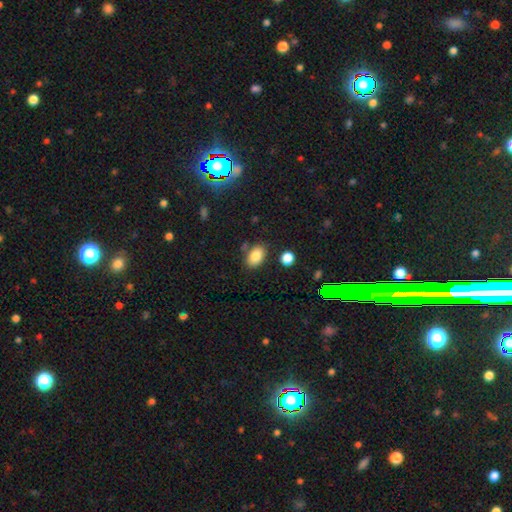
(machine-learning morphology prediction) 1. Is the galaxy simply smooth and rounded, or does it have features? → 84% smooth, 9% star or artifact, 7% featured or disk.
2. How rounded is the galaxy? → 88% in between, 11% round, 2% cigar-shaped.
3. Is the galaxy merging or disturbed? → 77% none, 13% minor disturbance, 7% merger, 3% major disturbance.